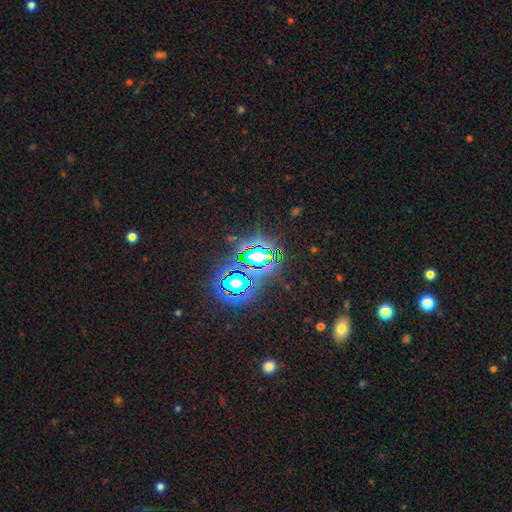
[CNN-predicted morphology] smooth_or_featured: star or artifact (p=0.74) [alt: smooth p=0.15]